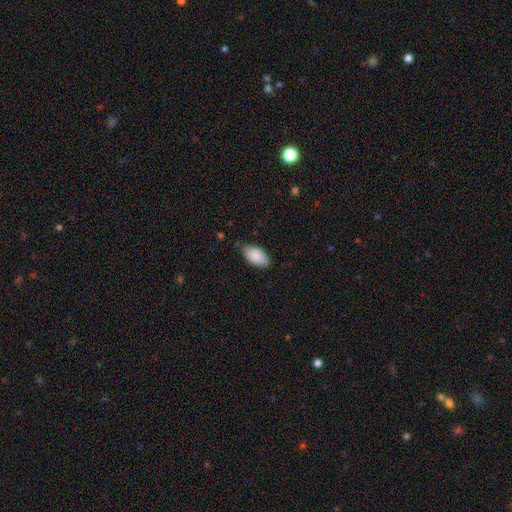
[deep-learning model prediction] This is clearly a smooth galaxy (89%). How rounded: clearly in between (95%). Merging: likely none (77%).